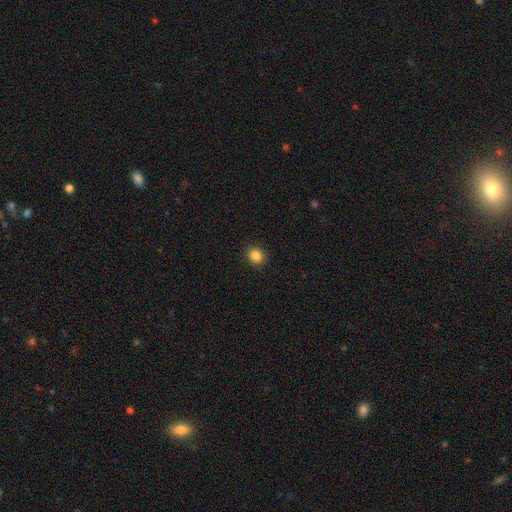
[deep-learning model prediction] This is clearly a smooth galaxy (86%). How rounded: likely round (73%). Merging: clearly none (91%).